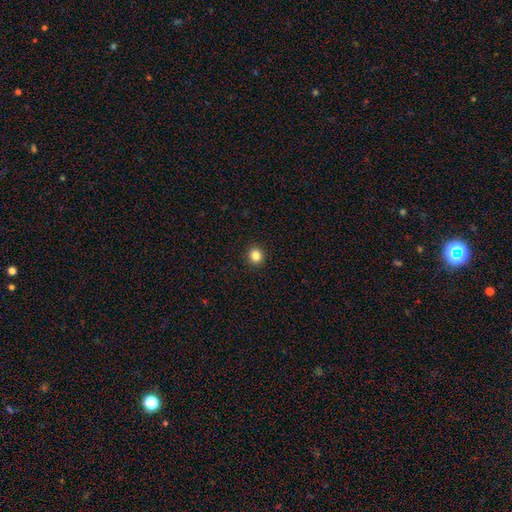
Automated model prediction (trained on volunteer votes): smooth 84%, star or artifact 12%, featured or disk 4%. Down the decision tree: how rounded — round (89%); merging — none (93%).